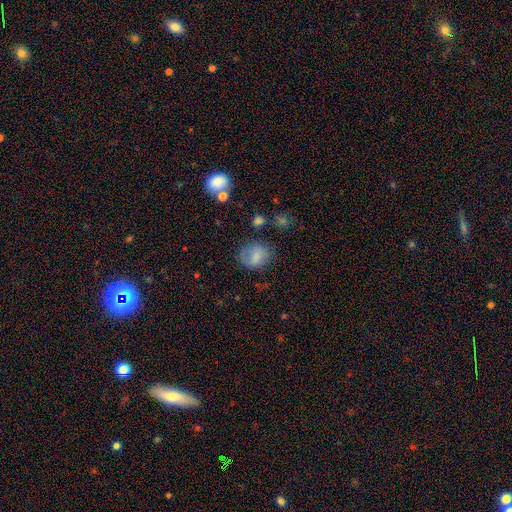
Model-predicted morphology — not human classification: smooth_or_featured: smooth (p=0.76) [alt: featured or disk p=0.14]
how_rounded: round (p=0.60) [alt: in between p=0.39]
merging: none (p=0.58) [alt: minor disturbance p=0.25]